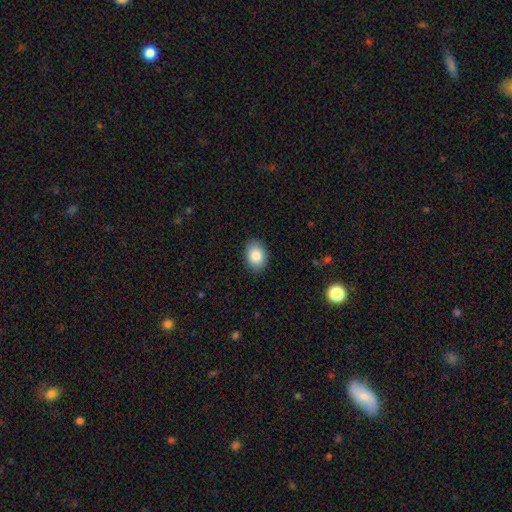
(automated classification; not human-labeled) smooth 86%, star or artifact 7%, featured or disk 7%. Down the decision tree: how rounded — in between (75%); merging — none (88%).